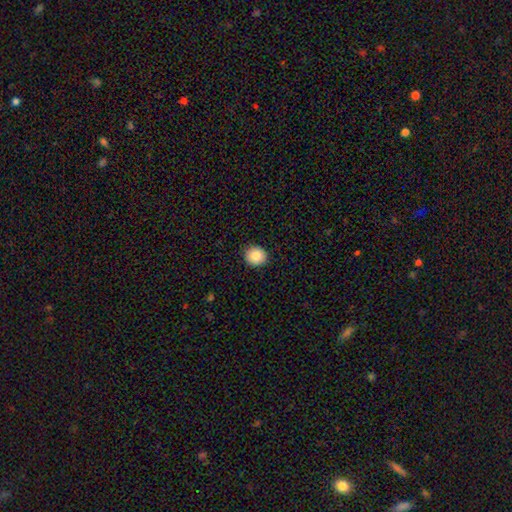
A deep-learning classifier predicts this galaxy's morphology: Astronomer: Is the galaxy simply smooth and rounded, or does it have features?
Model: smooth — 85%.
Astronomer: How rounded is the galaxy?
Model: round — 87%.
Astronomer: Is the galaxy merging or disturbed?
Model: none — 91%.